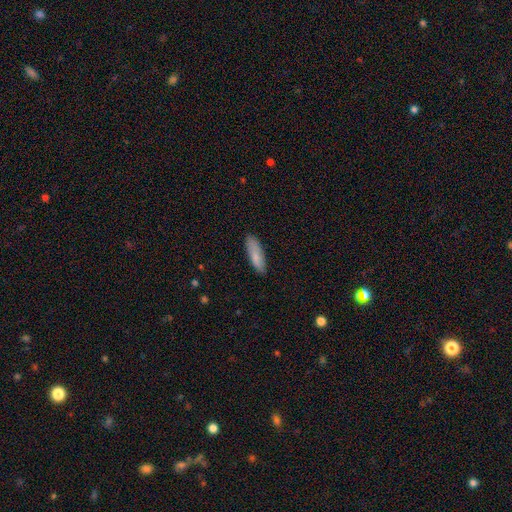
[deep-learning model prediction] A smooth galaxy with no disk features (85%) that is cigar-shaped (54%).

Vote fractions:
- Smooth or featured? smooth: 85% / featured or disk: 9% / star or artifact: 6%
- How rounded? cigar-shaped: 54% / in between: 45% / round: 2%
- Merging? none: 84% / minor disturbance: 12% / major disturbance: 2% / merger: 1%